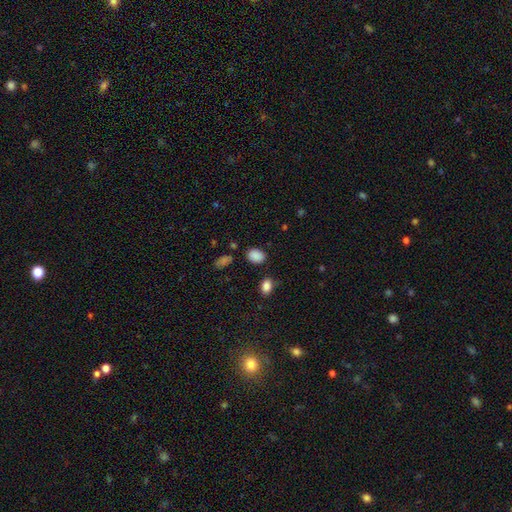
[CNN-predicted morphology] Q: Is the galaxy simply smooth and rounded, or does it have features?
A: smooth — 86%.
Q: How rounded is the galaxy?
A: in between — 75%.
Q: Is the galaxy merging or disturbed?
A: none — 80%.